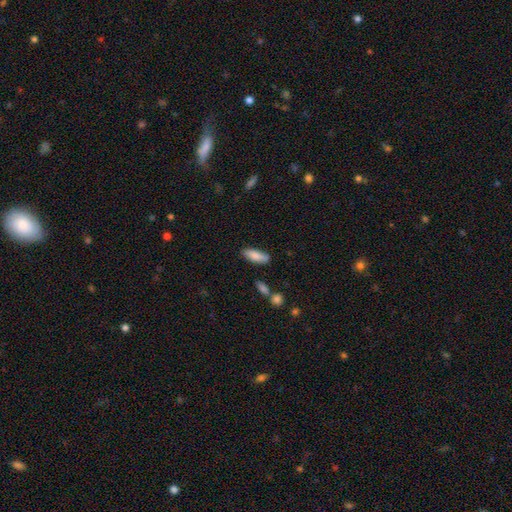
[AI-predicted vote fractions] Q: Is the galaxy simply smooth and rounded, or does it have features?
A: smooth — 83%.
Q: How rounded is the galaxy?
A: in between — 69%.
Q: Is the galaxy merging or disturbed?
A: none — 78%.